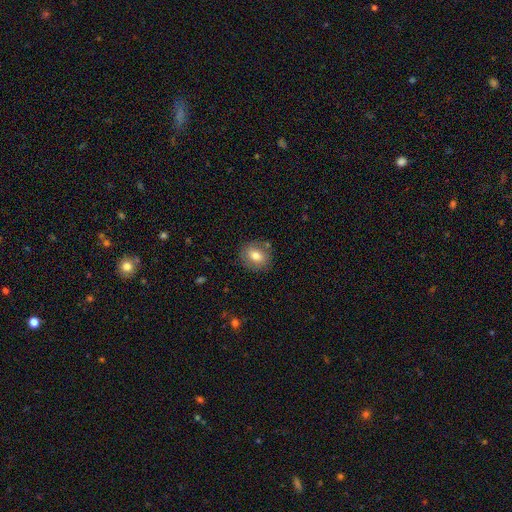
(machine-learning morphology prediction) This appears to be a smooth galaxy with no disk features (76%) that is round (60%). Merging: none (81%).